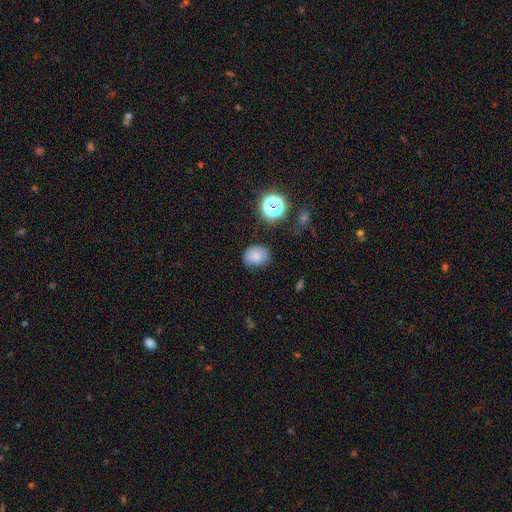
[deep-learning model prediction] Morphology: type=smooth (79%); roundness=in between (51%); merging=none (74%).